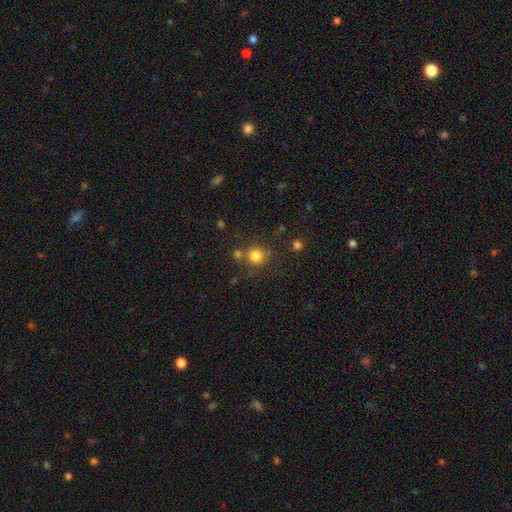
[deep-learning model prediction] Smooth or featured?
  - smooth: 80% *
  - star or artifact: 14%
  - featured or disk: 6%
How rounded?
  - round: 92% *
  - in between: 7%
  - cigar-shaped: 1%
Merging?
  - none: 73% *
  - merger: 14%
  - minor disturbance: 9%
  - major disturbance: 4%